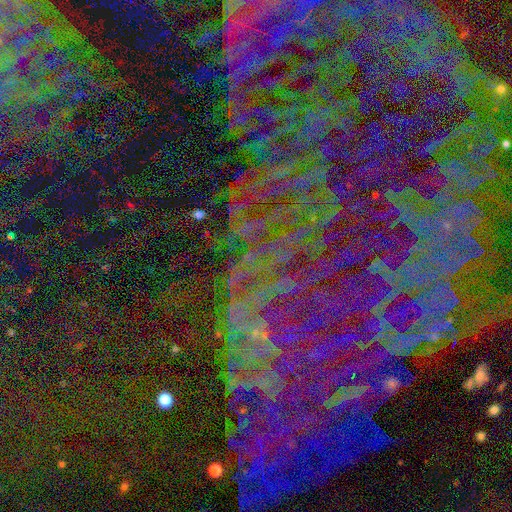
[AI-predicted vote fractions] Smooth or featured? Predicted: star or artifact (p=0.87).